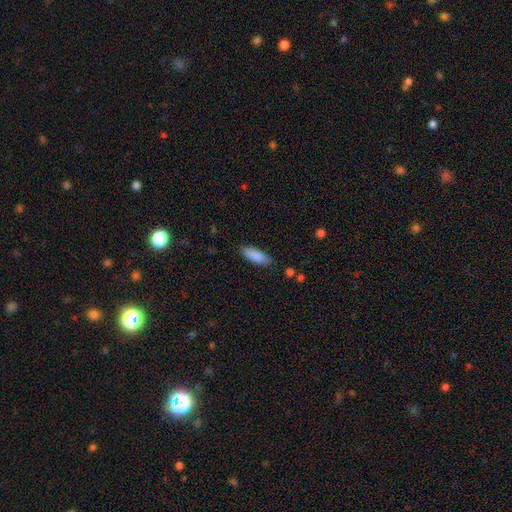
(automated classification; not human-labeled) Smooth or featured?
  - smooth: 87% *
  - featured or disk: 7%
  - star or artifact: 6%
How rounded?
  - in between: 60% *
  - cigar-shaped: 39%
  - round: 2%
Merging?
  - none: 83% *
  - minor disturbance: 13%
  - major disturbance: 3%
  - merger: 2%